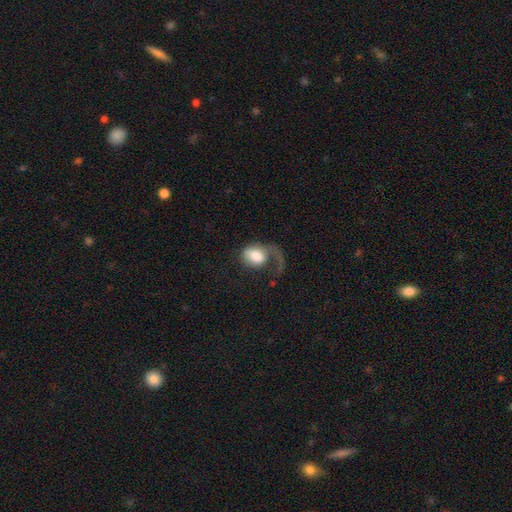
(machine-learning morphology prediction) Smooth or featured: smooth — 59% (featured or disk — 34%)
How rounded: in between — 64% (round — 34%)
Merging: major disturbance — 58% (none — 24%)